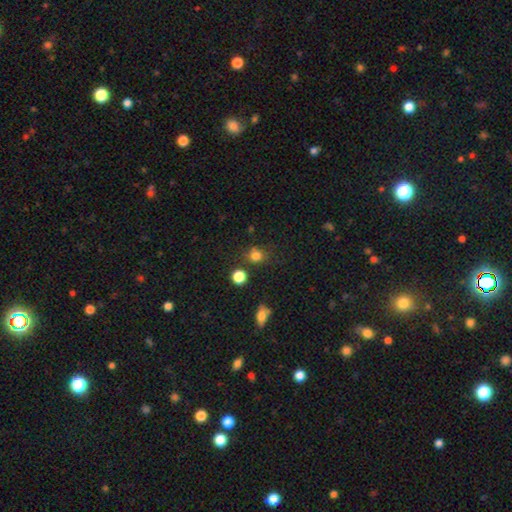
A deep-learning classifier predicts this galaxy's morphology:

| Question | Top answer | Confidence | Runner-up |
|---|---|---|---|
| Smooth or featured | smooth | 80% | star or artifact (15%) |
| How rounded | round | 81% | in between (17%) |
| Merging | none | 74% | minor disturbance (14%) |